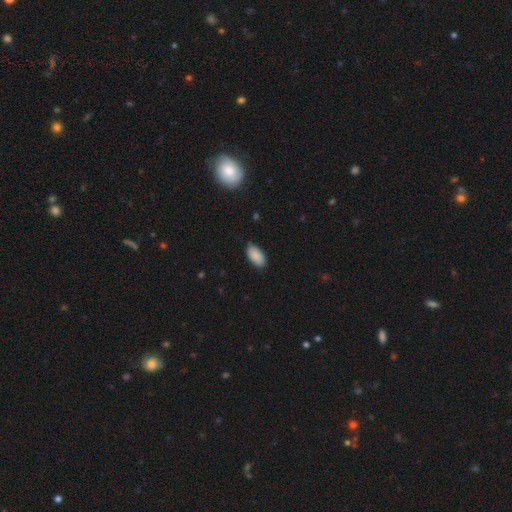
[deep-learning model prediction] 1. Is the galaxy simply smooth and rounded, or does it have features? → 89% smooth, 7% star or artifact, 4% featured or disk.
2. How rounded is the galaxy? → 94% in between, 3% cigar-shaped, 3% round.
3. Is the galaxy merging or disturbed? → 83% none, 14% minor disturbance, 2% major disturbance, 1% merger.